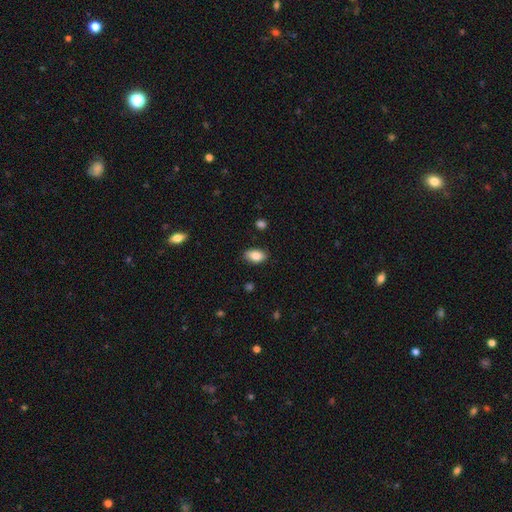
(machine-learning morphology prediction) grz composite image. It shows a smooth galaxy with no disk features (86%) that is in between round and cigar-shaped (91%). Merging: none (84%).